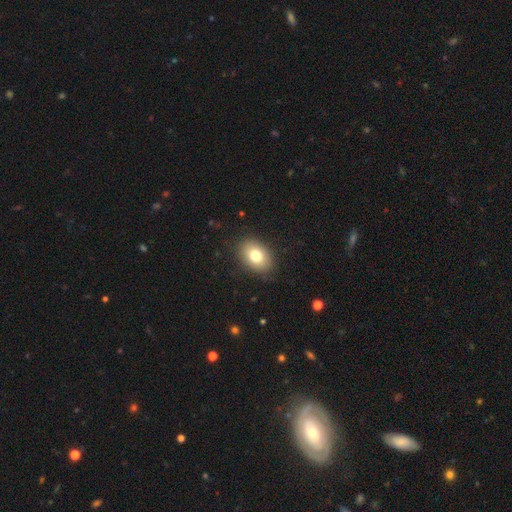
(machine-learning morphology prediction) Smooth or featured: smooth — 79% (featured or disk — 12%)
How rounded: in between — 79% (round — 20%)
Merging: none — 86% (minor disturbance — 10%)